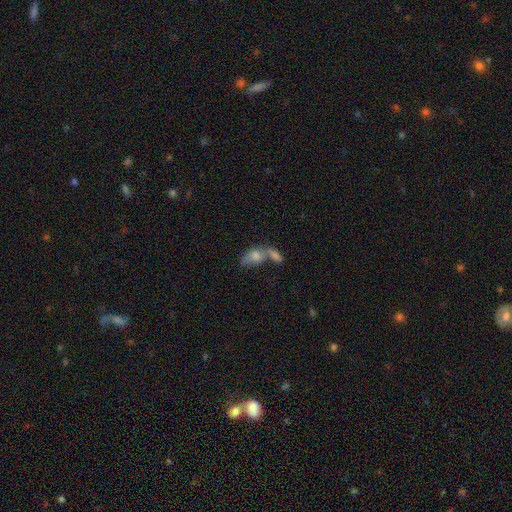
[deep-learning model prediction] Smooth or featured: smooth — 67% (featured or disk — 23%)
How rounded: in between — 83% (round — 12%)
Merging: merger — 61% (none — 21%)